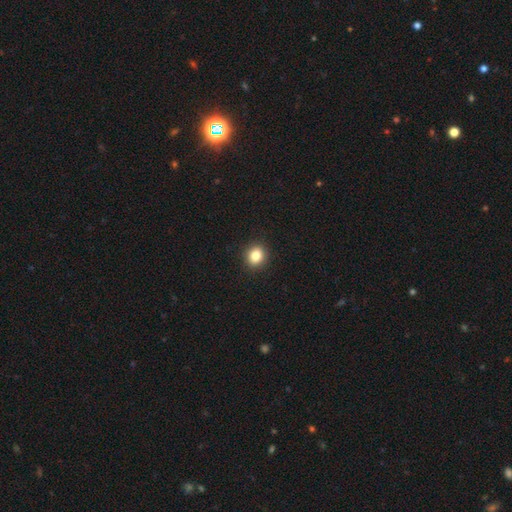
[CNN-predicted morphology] smooth_or_featured: smooth (p=0.84) [alt: star or artifact p=0.11]
how_rounded: round (p=0.75) [alt: in between p=0.24]
merging: none (p=0.92) [alt: minor disturbance p=0.06]